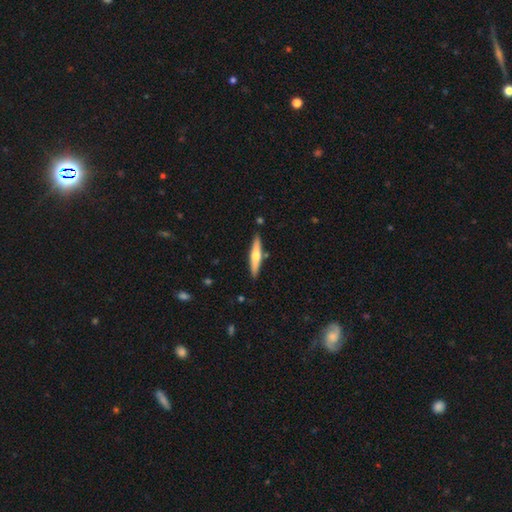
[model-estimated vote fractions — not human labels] Morphology: type=smooth (48%); merging=none (87%).